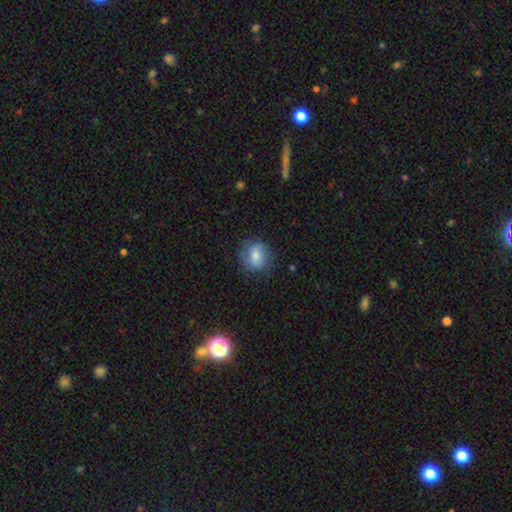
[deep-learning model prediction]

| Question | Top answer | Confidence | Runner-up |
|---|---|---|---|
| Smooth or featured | smooth | 74% | featured or disk (18%) |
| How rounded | round | 63% | in between (35%) |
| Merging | none | 78% | minor disturbance (16%) |